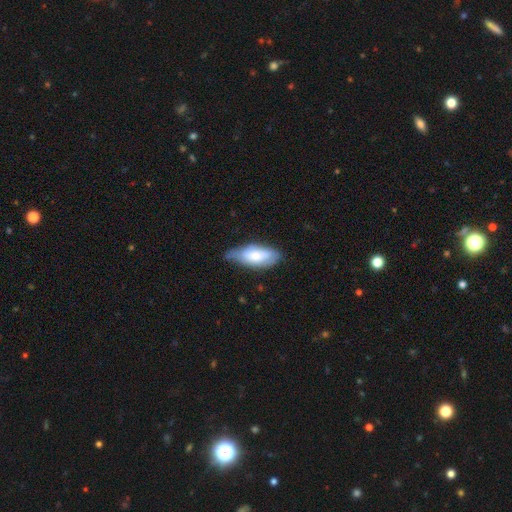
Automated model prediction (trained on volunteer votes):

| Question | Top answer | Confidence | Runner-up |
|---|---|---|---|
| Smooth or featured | smooth | 62% | featured or disk (32%) |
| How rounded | in between | 84% | cigar-shaped (14%) |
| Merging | none | 53% | minor disturbance (37%) |